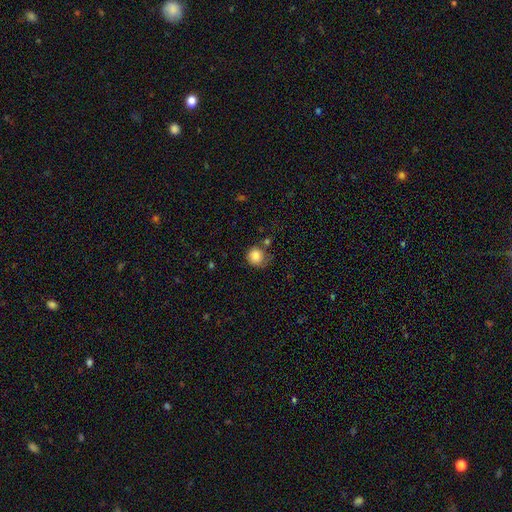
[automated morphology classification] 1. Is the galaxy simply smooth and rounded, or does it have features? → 83% smooth, 9% star or artifact, 7% featured or disk.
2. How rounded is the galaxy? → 87% round, 12% in between, 1% cigar-shaped.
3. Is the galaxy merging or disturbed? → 55% none, 25% minor disturbance, 12% major disturbance, 8% merger.